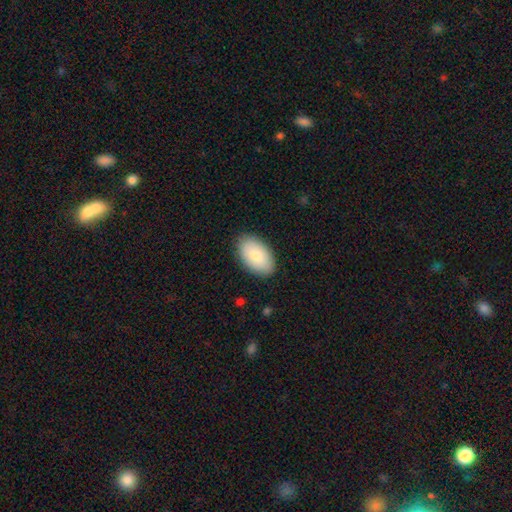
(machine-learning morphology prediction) This is clearly a smooth galaxy (81%). How rounded: clearly in between (94%). Merging: clearly none (87%).